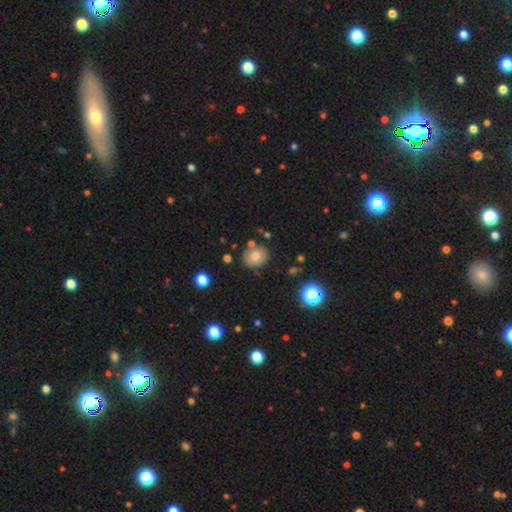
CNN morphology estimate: Q: Smooth or featured?
A: smooth (78%); runner-up: star or artifact (12%)
Q: How rounded?
A: round (57%); runner-up: in between (42%)
Q: Merging?
A: none (77%); runner-up: minor disturbance (13%)